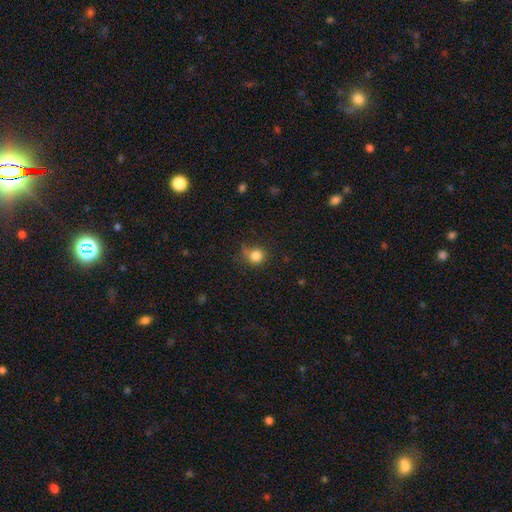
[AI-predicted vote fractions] Smooth or featured?
  - smooth: 82% *
  - star or artifact: 12%
  - featured or disk: 6%
How rounded?
  - round: 85% *
  - in between: 14%
  - cigar-shaped: 1%
Merging?
  - none: 68% *
  - minor disturbance: 22%
  - major disturbance: 7%
  - merger: 3%